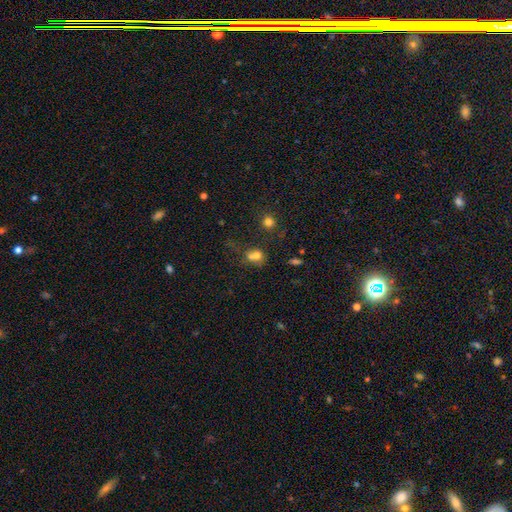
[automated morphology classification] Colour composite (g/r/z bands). It shows a smooth galaxy with no disk features (71%) that is round (68%). Merging: merger (48%).